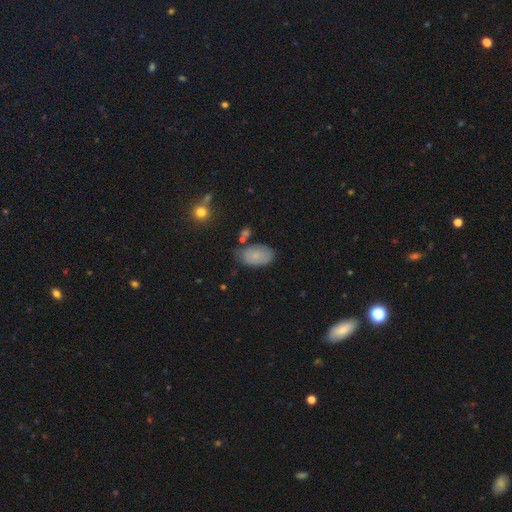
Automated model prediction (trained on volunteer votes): Smooth or featured? smooth (78%)
How rounded? in between (93%)
Merging? none (65%)